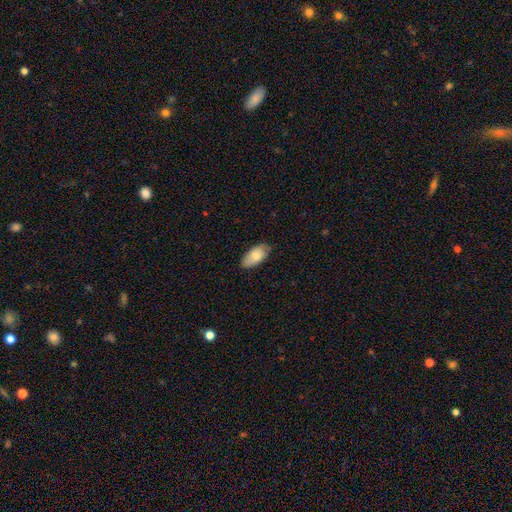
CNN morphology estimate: type=smooth (77%); roundness=in between (93%); merging=none (79%).